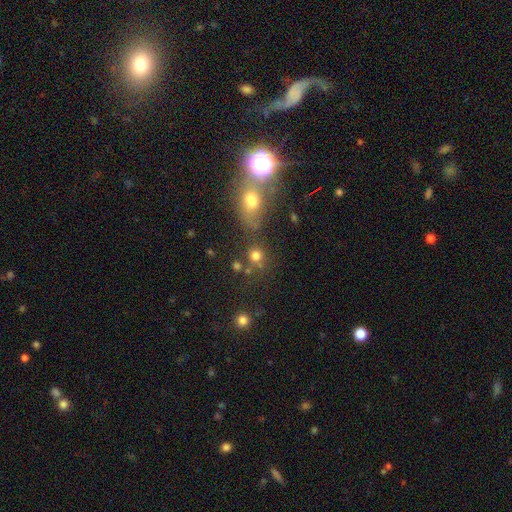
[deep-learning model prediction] This is likely a smooth galaxy (74%). How rounded: clearly round (84%). Merging: likely none (63%).